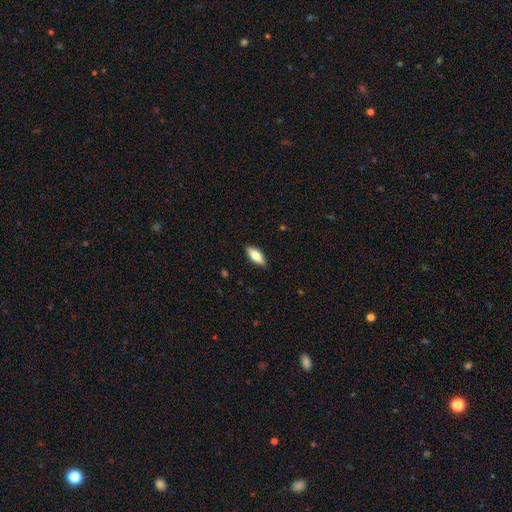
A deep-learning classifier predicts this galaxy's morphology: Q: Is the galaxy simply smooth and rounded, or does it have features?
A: smooth — 76%.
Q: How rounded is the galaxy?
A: in between — 74%.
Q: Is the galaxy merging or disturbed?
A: none — 88%.